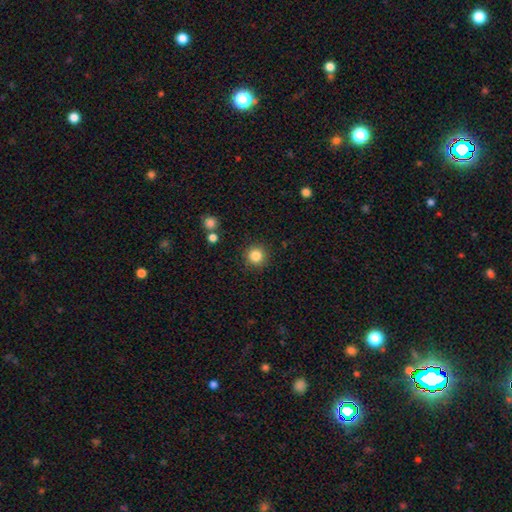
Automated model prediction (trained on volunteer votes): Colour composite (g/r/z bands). It shows a smooth galaxy with no disk features (84%) that is round (94%). Merging: none (89%).